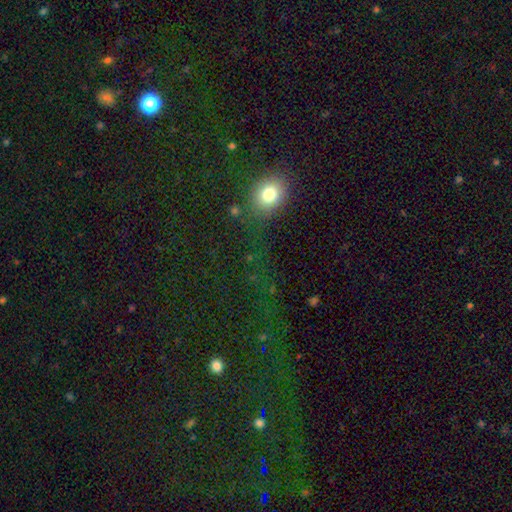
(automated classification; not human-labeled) smooth-or-featured: smooth: 71% | star or artifact: 22% | featured or disk: 7%
  how-rounded: round: 65% | in between: 33% | cigar-shaped: 2%
  merging: none: 79% | minor disturbance: 11% | major disturbance: 7% | merger: 3%